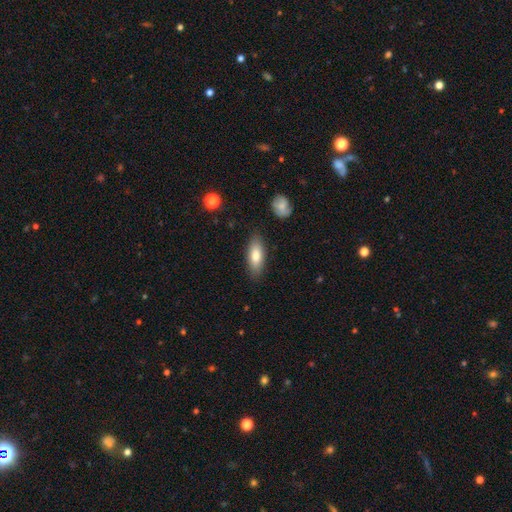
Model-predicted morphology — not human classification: Smooth or featured?
  - smooth: 80% *
  - featured or disk: 14%
  - star or artifact: 6%
How rounded?
  - in between: 74% *
  - cigar-shaped: 24%
  - round: 2%
Merging?
  - none: 85% *
  - minor disturbance: 11%
  - major disturbance: 3%
  - merger: 2%